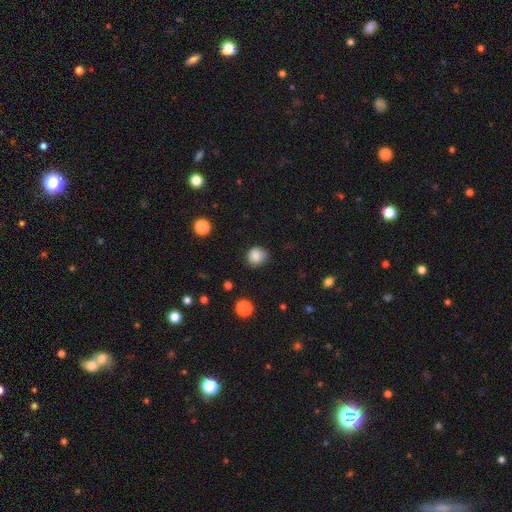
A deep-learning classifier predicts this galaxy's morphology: The model was most divided on "merging": none: 81%, minor disturbance: 14%, major disturbance: 3%, merger: 1%. More confident: how rounded — round (85%); smooth or featured — smooth (85%).